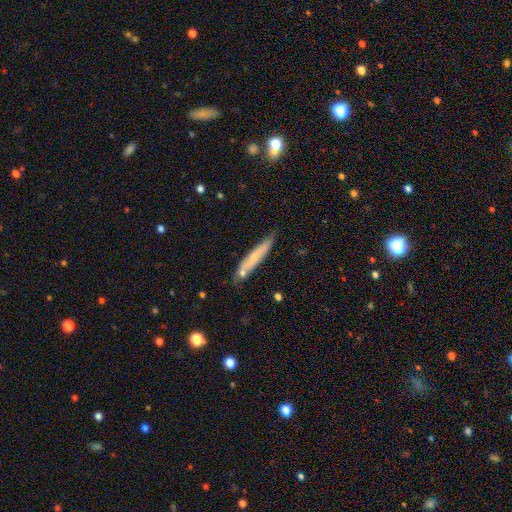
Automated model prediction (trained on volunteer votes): Morphology: type=smooth (62%); roundness=cigar-shaped (91%); merging=none (69%).